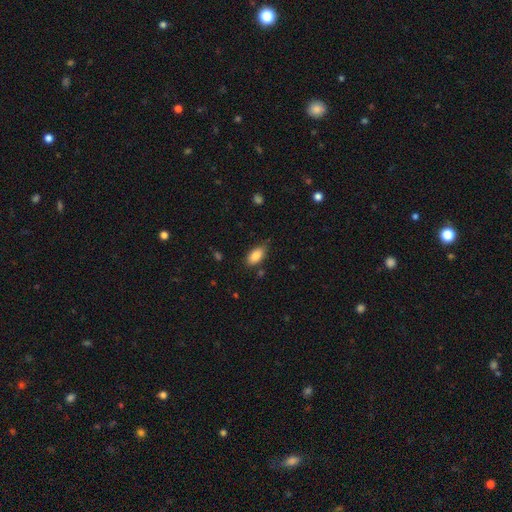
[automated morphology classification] smooth 86%, star or artifact 7%, featured or disk 7%. Down the decision tree: how rounded — in between (92%); merging — none (76%).